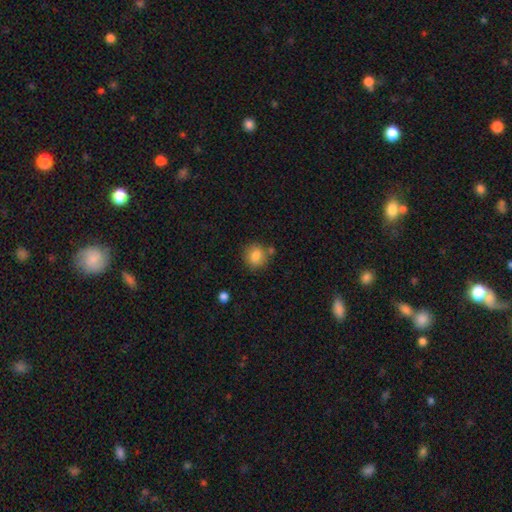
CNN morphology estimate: The model was most divided on "how rounded": round: 79%, in between: 20%, cigar-shaped: 1%. More confident: smooth or featured — smooth (84%); merging — none (73%).